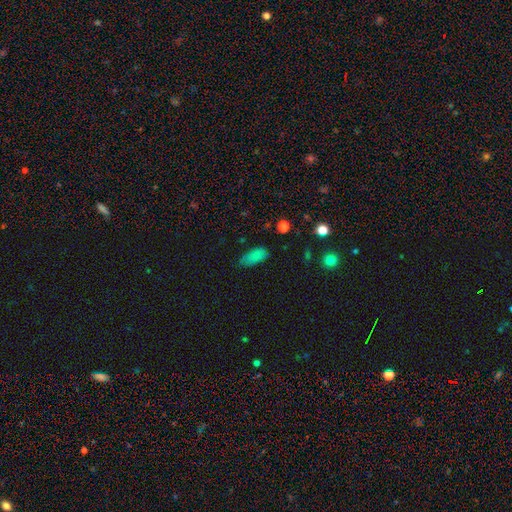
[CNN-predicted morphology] Smooth or featured? Predicted: smooth (p=0.82). How rounded? Predicted: in between (p=0.85). Merging? Predicted: none (p=0.63).